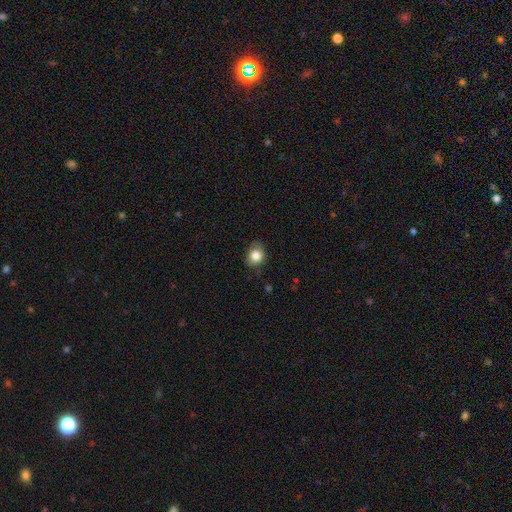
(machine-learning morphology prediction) Q: Smooth or featured?
A: smooth (83%); runner-up: star or artifact (9%)
Q: How rounded?
A: round (58%); runner-up: in between (41%)
Q: Merging?
A: none (72%); runner-up: minor disturbance (22%)